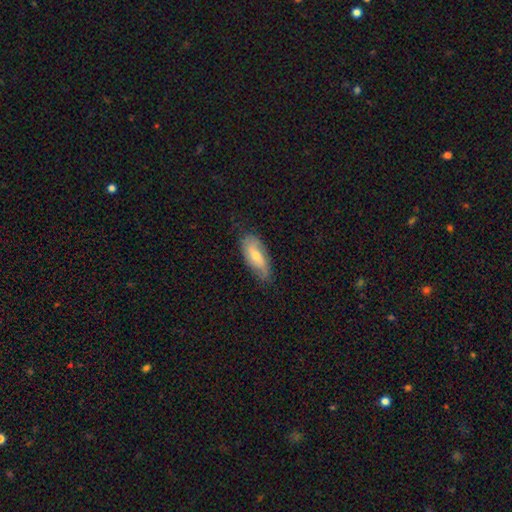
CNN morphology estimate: A smooth galaxy with no disk features (50%) that is in between round and cigar-shaped (77%). Merging: none (70%).